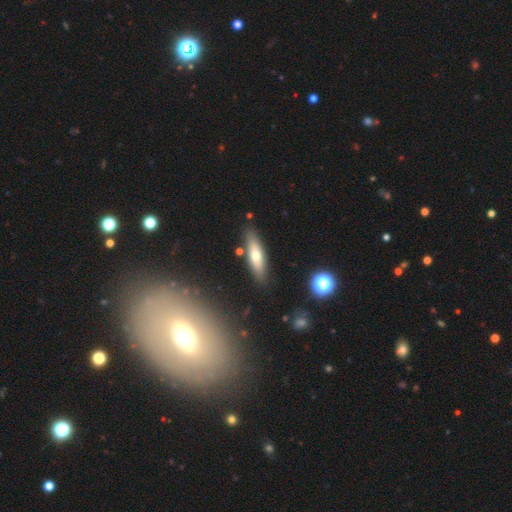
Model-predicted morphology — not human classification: Smooth or featured? Predicted: smooth (p=0.59). How rounded? Predicted: cigar-shaped (p=0.56). Merging? Predicted: none (p=0.83).